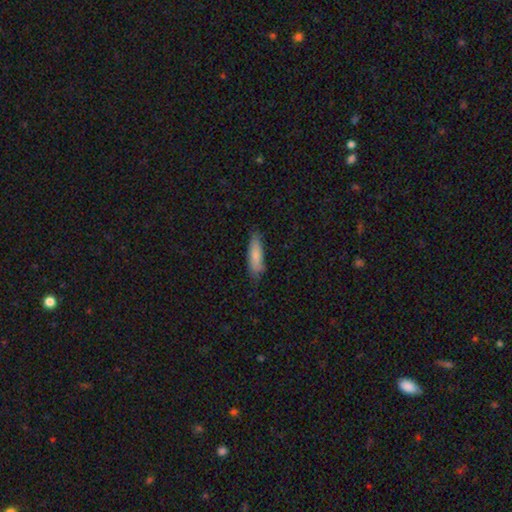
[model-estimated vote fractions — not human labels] smooth 83%, featured or disk 11%, star or artifact 6%. Down the decision tree: how rounded — cigar-shaped (57%); merging — none (73%).